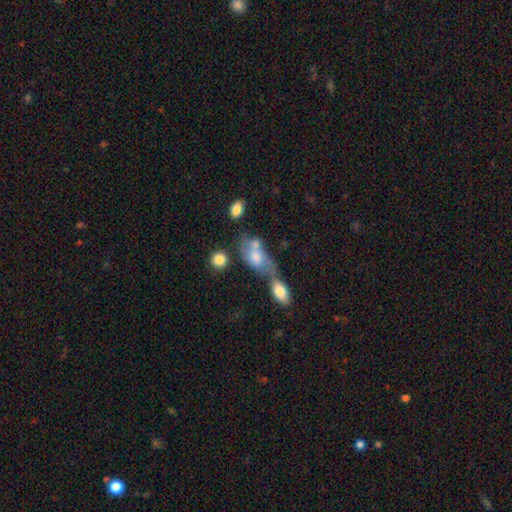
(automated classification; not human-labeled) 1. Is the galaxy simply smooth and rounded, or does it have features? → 54% smooth, 33% featured or disk, 13% star or artifact.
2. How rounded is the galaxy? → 79% in between, 13% round, 8% cigar-shaped.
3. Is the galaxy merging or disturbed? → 53% merger, 22% none, 13% major disturbance, 13% minor disturbance.